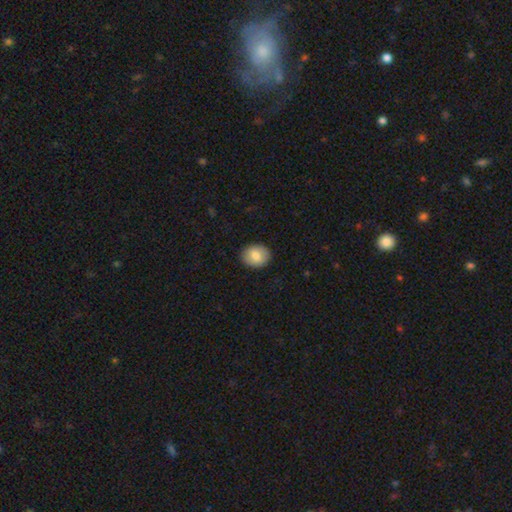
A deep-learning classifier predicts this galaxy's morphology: Q: Smooth or featured?
A: smooth (78%); runner-up: featured or disk (15%)
Q: How rounded?
A: round (57%); runner-up: in between (42%)
Q: Merging?
A: none (90%); runner-up: minor disturbance (7%)